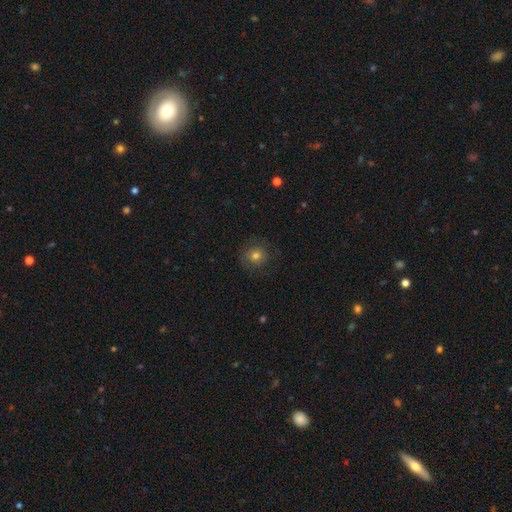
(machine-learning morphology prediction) Smooth or featured?
  - smooth: 71% *
  - featured or disk: 16%
  - star or artifact: 13%
How rounded?
  - round: 91% *
  - in between: 8%
  - cigar-shaped: 1%
Merging?
  - none: 82% *
  - minor disturbance: 12%
  - major disturbance: 5%
  - merger: 1%